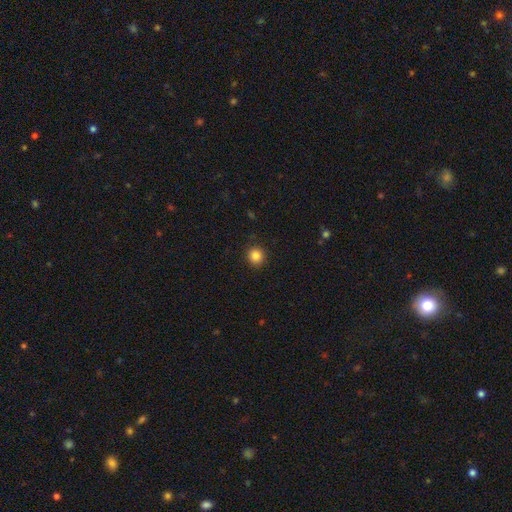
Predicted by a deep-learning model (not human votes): The model was most divided on "smooth or featured": smooth: 84%, star or artifact: 11%, featured or disk: 5%. More confident: merging — none (91%); how rounded — round (89%).